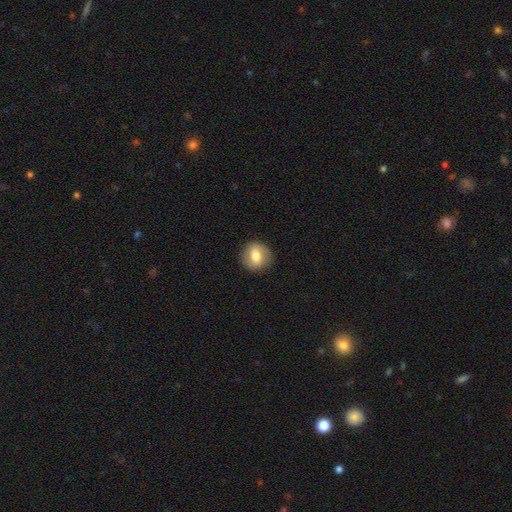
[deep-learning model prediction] This appears to be a smooth galaxy with no disk features (64%) that is round (79%). Merging: none (87%).